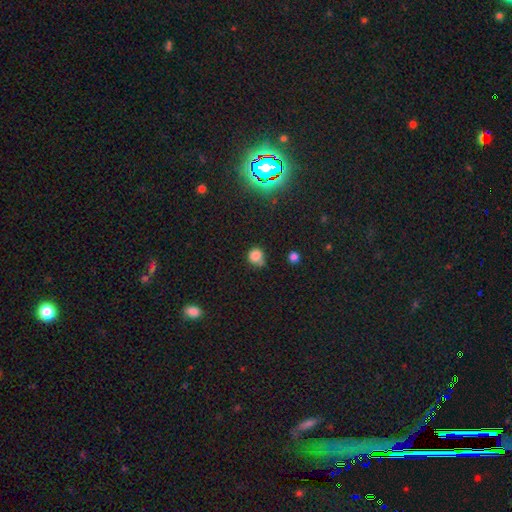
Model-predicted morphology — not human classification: A smooth galaxy with no disk features (79%) that is round (81%). Merging: none (51%).